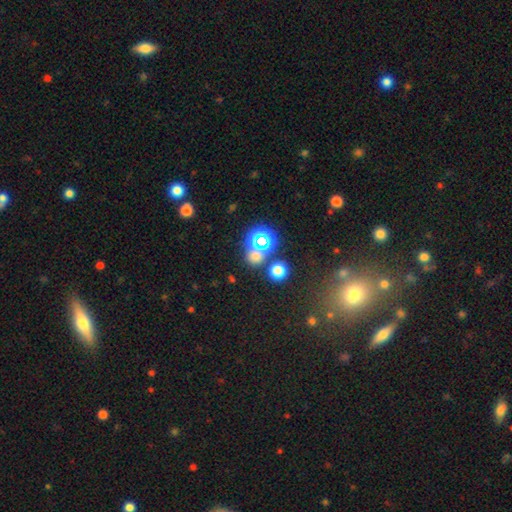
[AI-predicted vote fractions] Smooth or featured? Predicted: smooth (p=0.47). Merging? Predicted: none (p=0.68).